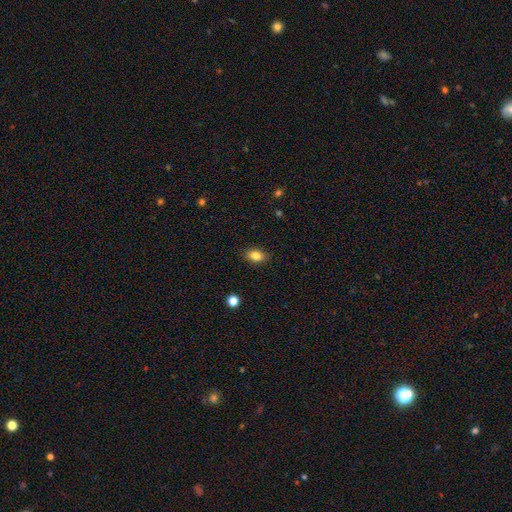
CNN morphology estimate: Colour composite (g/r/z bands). It shows a smooth galaxy with no disk features (84%) that is in between round and cigar-shaped (82%). Merging: none (88%).